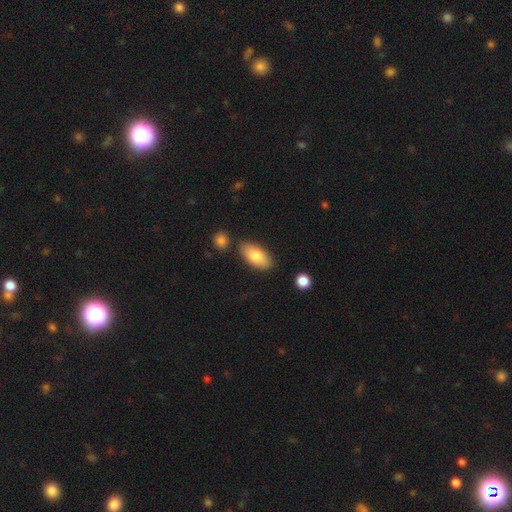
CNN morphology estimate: The model was most divided on "smooth or featured": smooth: 79%, featured or disk: 15%, star or artifact: 6%. More confident: how rounded — in between (92%); merging — none (79%).